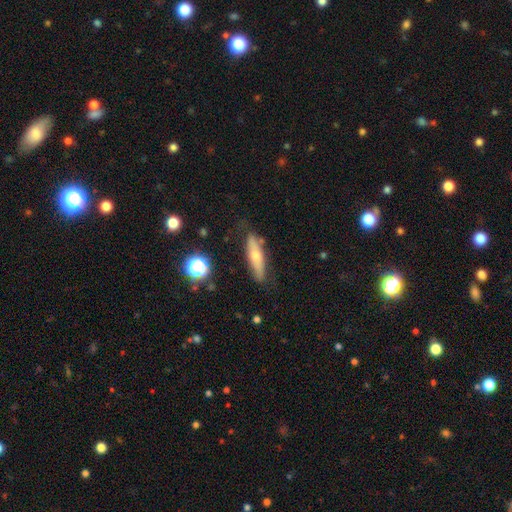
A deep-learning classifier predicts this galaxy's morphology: Smooth or featured? Predicted: smooth (p=0.55). How rounded? Predicted: cigar-shaped (p=0.69). Merging? Predicted: none (p=0.76).